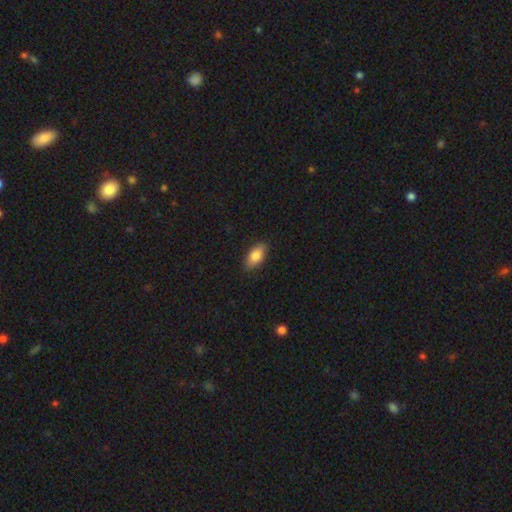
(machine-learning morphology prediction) Smooth or featured: smooth — 83% (featured or disk — 10%)
How rounded: in between — 89% (cigar-shaped — 7%)
Merging: none — 86% (minor disturbance — 11%)